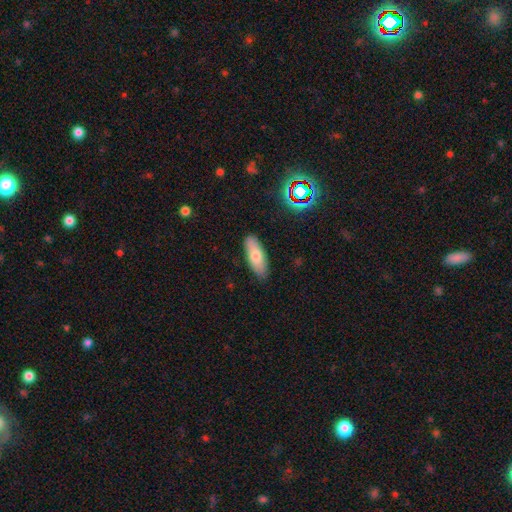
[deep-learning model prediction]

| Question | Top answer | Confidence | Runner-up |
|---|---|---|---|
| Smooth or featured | smooth | 73% | featured or disk (20%) |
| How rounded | in between | 70% | cigar-shaped (28%) |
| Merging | none | 85% | minor disturbance (11%) |